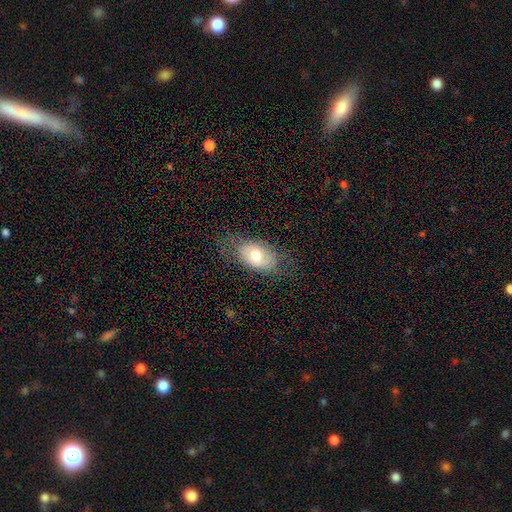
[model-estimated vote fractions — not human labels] This appears to be a smooth galaxy with no disk features (64%) that is in between round and cigar-shaped (90%). Merging: none (67%).